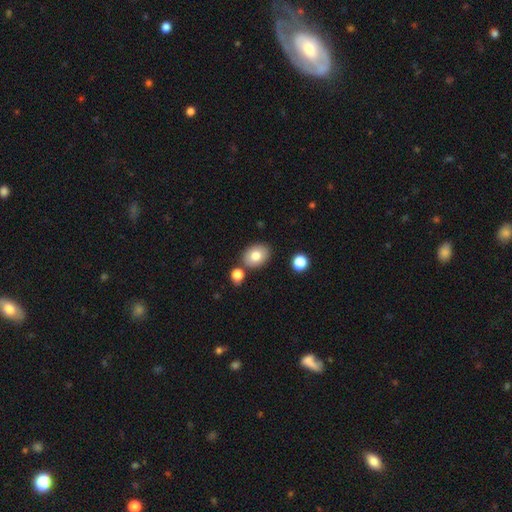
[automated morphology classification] smooth_or_featured: smooth (p=0.79) [alt: featured or disk p=0.12]
how_rounded: in between (p=0.67) [alt: round p=0.31]
merging: none (p=0.79) [alt: minor disturbance p=0.10]